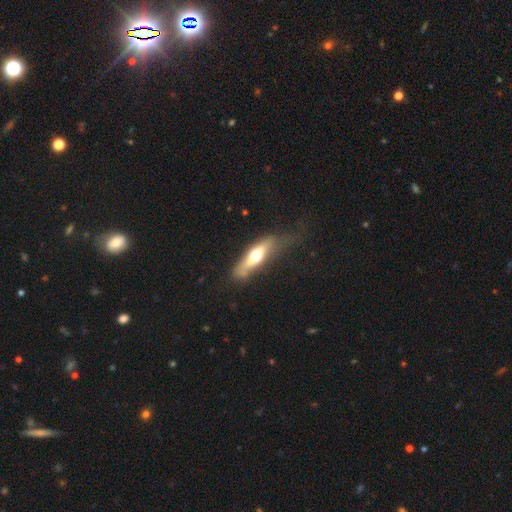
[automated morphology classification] This is possibly a smooth galaxy (48%). Merging: possibly none (54%).